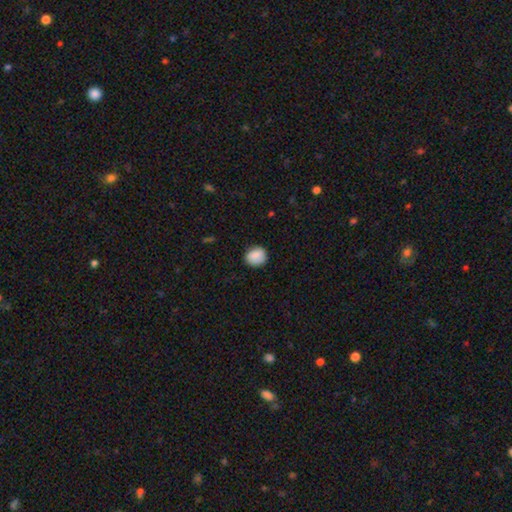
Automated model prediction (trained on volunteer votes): This appears to be a smooth galaxy with no disk features (87%) that is round (74%). Merging: none (82%).